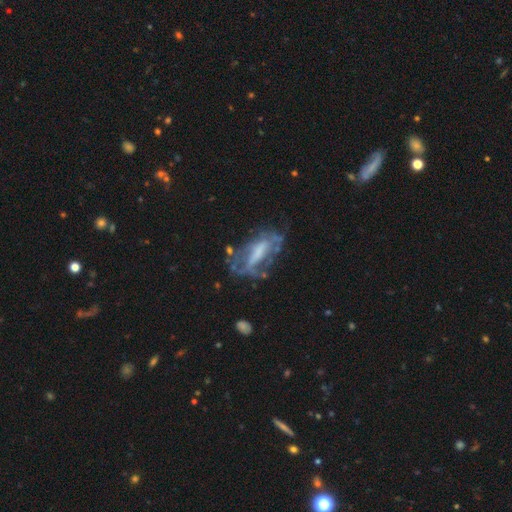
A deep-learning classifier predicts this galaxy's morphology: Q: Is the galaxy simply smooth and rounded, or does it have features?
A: featured or disk — 66%.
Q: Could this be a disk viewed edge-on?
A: no — 85%.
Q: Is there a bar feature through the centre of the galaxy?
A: weak — 35%.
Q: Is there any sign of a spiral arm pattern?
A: yes — 54%.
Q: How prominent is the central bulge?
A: moderate — 32%.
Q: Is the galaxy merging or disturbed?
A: none — 52%.